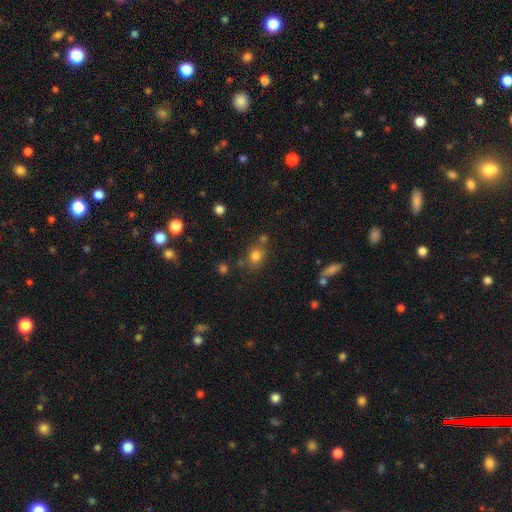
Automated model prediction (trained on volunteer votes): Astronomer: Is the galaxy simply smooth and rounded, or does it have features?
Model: smooth — 77%.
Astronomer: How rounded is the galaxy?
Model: round — 64%.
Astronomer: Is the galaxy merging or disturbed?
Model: none — 67%.